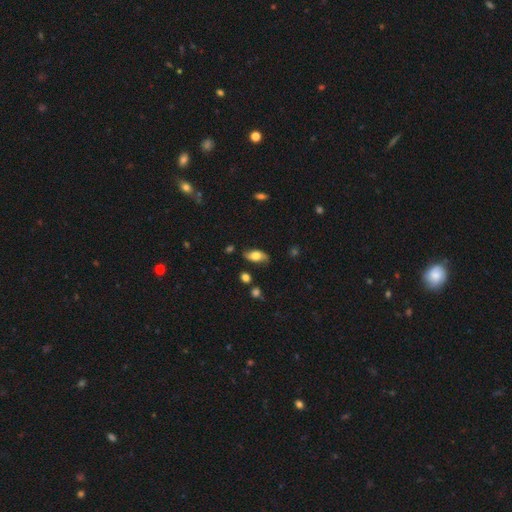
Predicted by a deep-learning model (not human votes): This is likely a smooth galaxy (67%). How rounded: clearly in between (89%). Merging: likely none (75%).